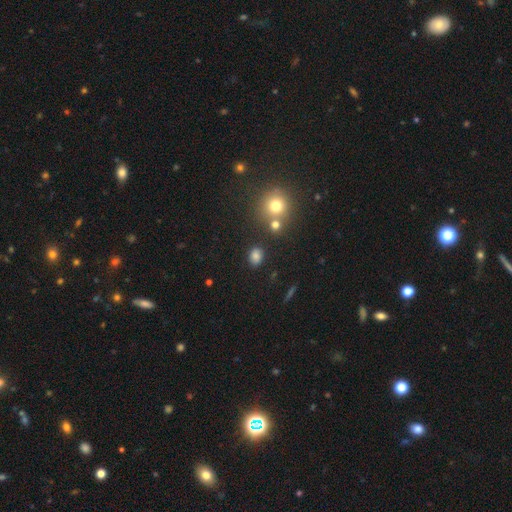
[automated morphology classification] smooth_or_featured: smooth (p=0.79) [alt: star or artifact p=0.15]
how_rounded: in between (p=0.64) [alt: round p=0.35]
merging: none (p=0.80) [alt: minor disturbance p=0.11]